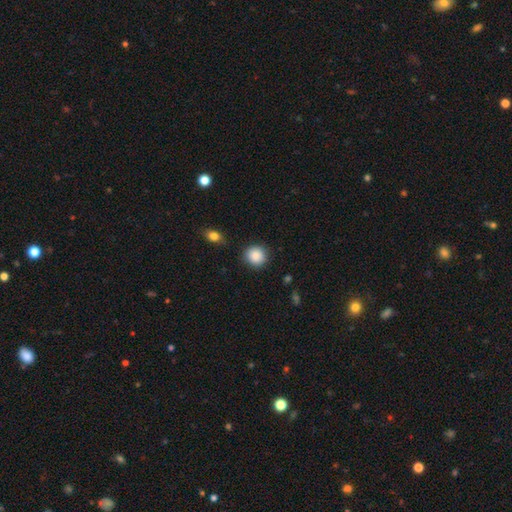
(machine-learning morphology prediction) A smooth galaxy with no disk features (88%) that is round (90%).

Vote fractions:
- Smooth or featured? smooth: 88% / star or artifact: 8% / featured or disk: 4%
- How rounded? round: 90% / in between: 9% / cigar-shaped: 1%
- Merging? none: 88% / minor disturbance: 8% / major disturbance: 2% / merger: 2%